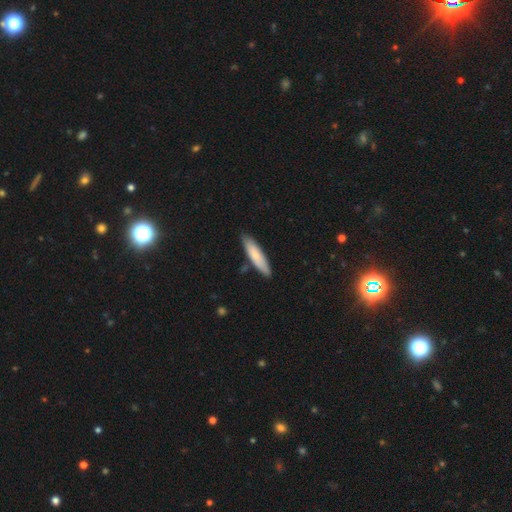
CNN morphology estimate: Smooth or featured? Predicted: smooth (p=0.76). How rounded? Predicted: cigar-shaped (p=0.76). Merging? Predicted: none (p=0.84).